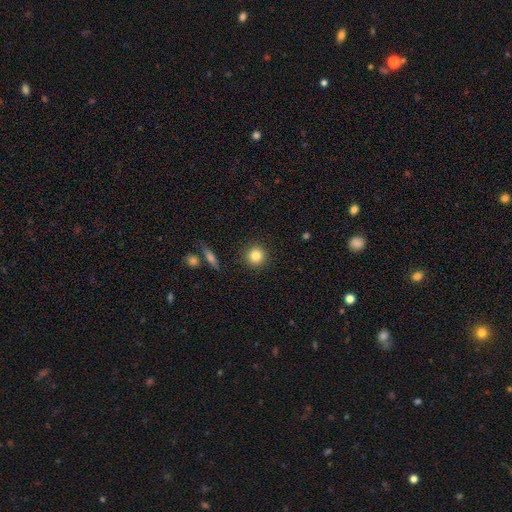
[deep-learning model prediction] smooth_or_featured: smooth (p=0.83) [alt: star or artifact p=0.10]
how_rounded: round (p=0.92) [alt: in between p=0.07]
merging: none (p=0.91) [alt: minor disturbance p=0.06]